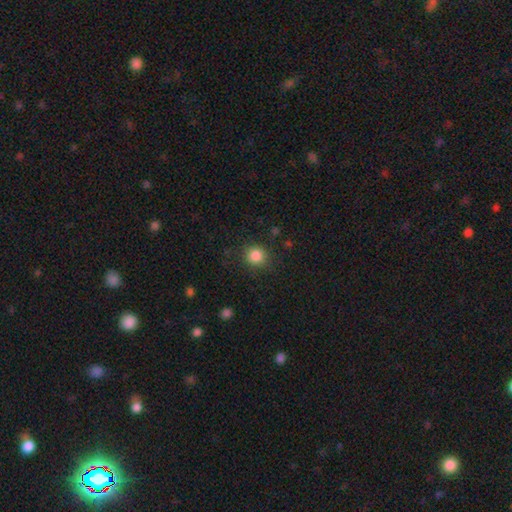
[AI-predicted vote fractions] smooth-or-featured: smooth: 85% | star or artifact: 11% | featured or disk: 4%
  how-rounded: round: 89% | in between: 10% | cigar-shaped: 1%
  merging: none: 86% | minor disturbance: 9% | major disturbance: 4% | merger: 1%